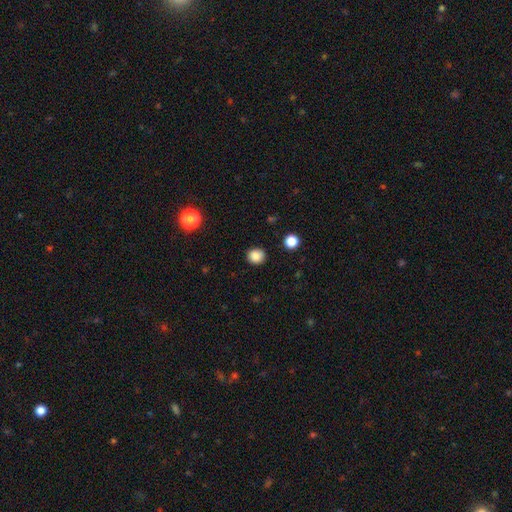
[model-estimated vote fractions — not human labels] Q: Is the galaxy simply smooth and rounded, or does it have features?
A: smooth — 86%.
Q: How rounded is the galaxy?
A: round — 84%.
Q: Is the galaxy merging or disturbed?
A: none — 89%.